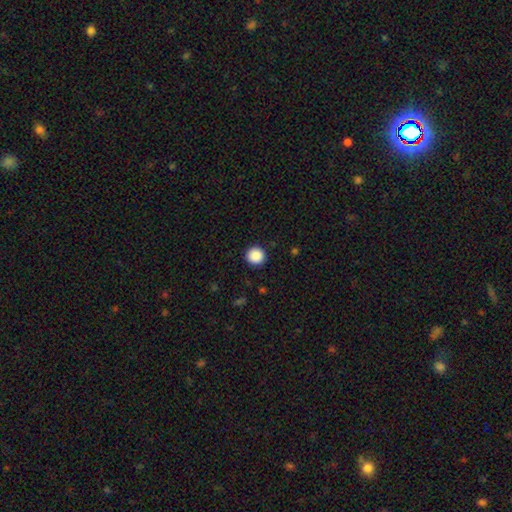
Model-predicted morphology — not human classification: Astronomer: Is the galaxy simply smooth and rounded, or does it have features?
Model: smooth — 89%.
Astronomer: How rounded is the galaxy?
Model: round — 95%.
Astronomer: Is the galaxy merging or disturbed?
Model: none — 93%.